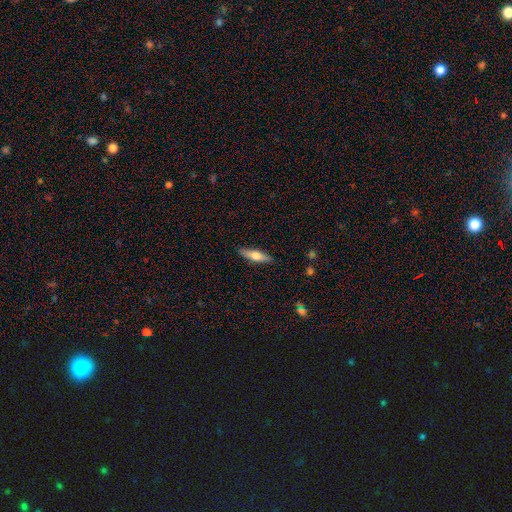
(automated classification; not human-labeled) This is possibly a smooth galaxy (51%). How rounded: likely cigar-shaped (67%). Merging: clearly none (88%).